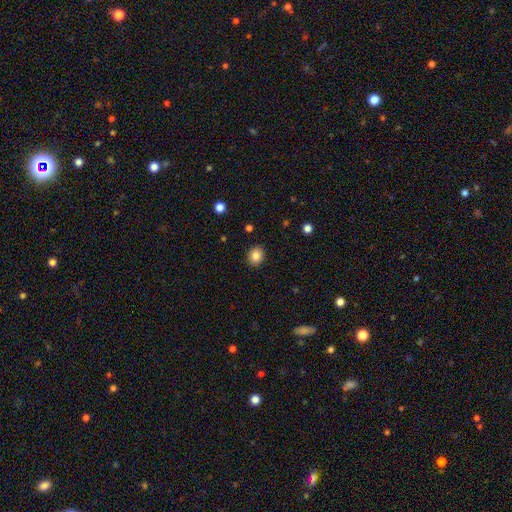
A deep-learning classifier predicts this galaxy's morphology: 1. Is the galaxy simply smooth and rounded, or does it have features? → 85% smooth, 10% star or artifact, 5% featured or disk.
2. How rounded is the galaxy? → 73% round, 26% in between, 1% cigar-shaped.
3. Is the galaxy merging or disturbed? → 91% none, 6% minor disturbance, 2% major disturbance, 1% merger.